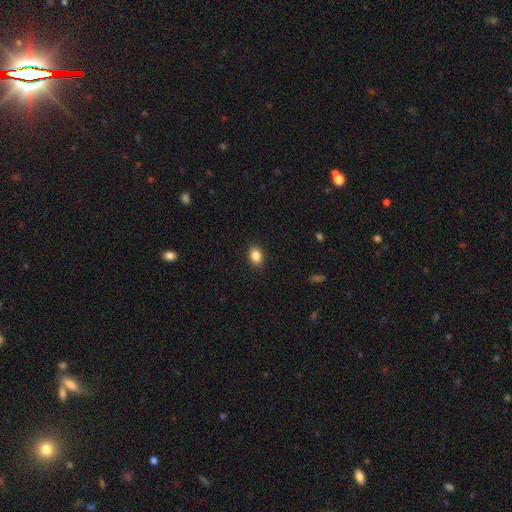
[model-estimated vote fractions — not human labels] Smooth or featured: smooth — 86% (star or artifact — 10%)
How rounded: in between — 64% (round — 35%)
Merging: none — 89% (minor disturbance — 8%)